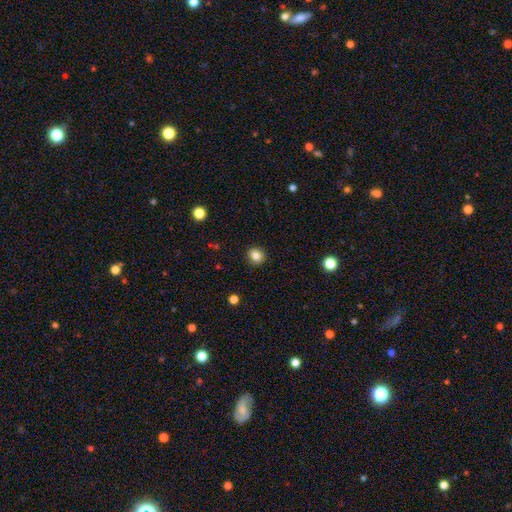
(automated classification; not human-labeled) smooth_or_featured: smooth (p=0.83) [alt: star or artifact p=0.11]
how_rounded: round (p=0.85) [alt: in between p=0.14]
merging: none (p=0.91) [alt: minor disturbance p=0.06]